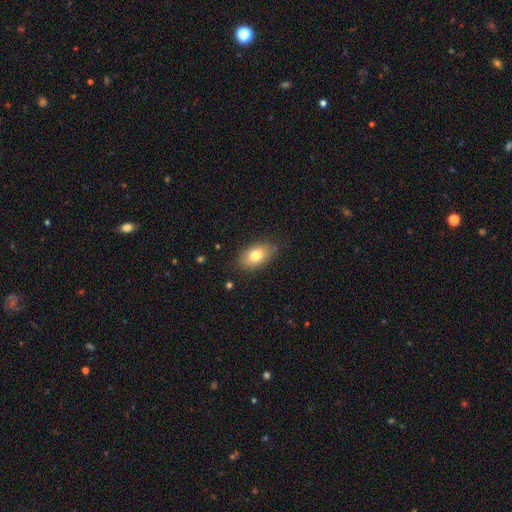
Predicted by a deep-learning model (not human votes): smooth-or-featured: smooth: 78% | featured or disk: 14% | star or artifact: 8%
  how-rounded: in between: 89% | round: 9% | cigar-shaped: 2%
  merging: none: 82% | minor disturbance: 13% | major disturbance: 3% | merger: 1%